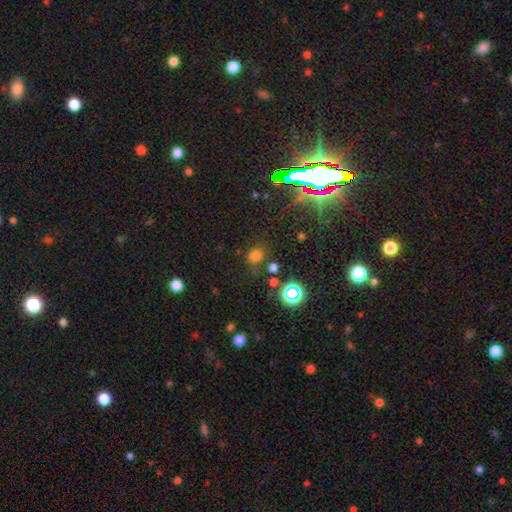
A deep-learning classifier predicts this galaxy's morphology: A smooth galaxy with no disk features (61%) that is round (67%).

Vote fractions:
- Smooth or featured? smooth: 61% / star or artifact: 31% / featured or disk: 8%
- How rounded? round: 67% / in between: 31% / cigar-shaped: 1%
- Merging? none: 66% / minor disturbance: 17% / major disturbance: 9% / merger: 8%